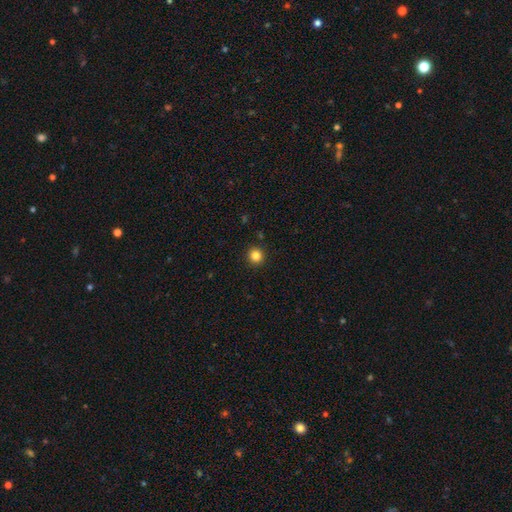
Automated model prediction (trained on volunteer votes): This is clearly a smooth galaxy (84%). How rounded: clearly round (94%). Merging: clearly none (92%).